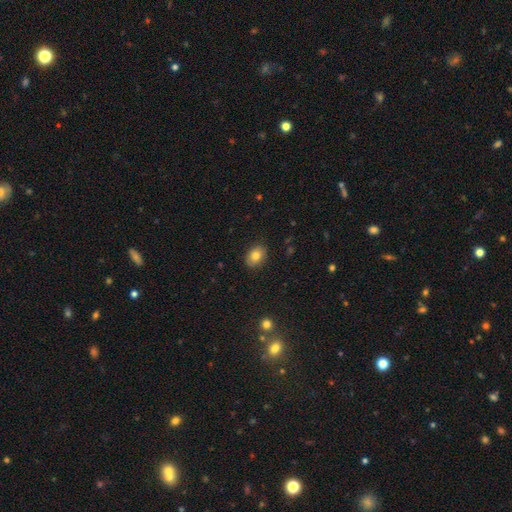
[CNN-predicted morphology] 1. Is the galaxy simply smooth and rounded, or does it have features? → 80% smooth, 11% featured or disk, 9% star or artifact.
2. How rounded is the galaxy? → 71% in between, 28% round, 1% cigar-shaped.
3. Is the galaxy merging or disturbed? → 87% none, 10% minor disturbance, 2% major disturbance, 1% merger.